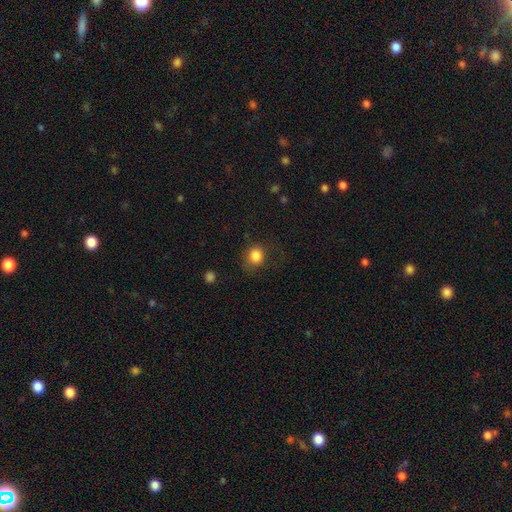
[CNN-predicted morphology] Overall: smooth (85%). How rounded: round (70%). Merging: none (63%).